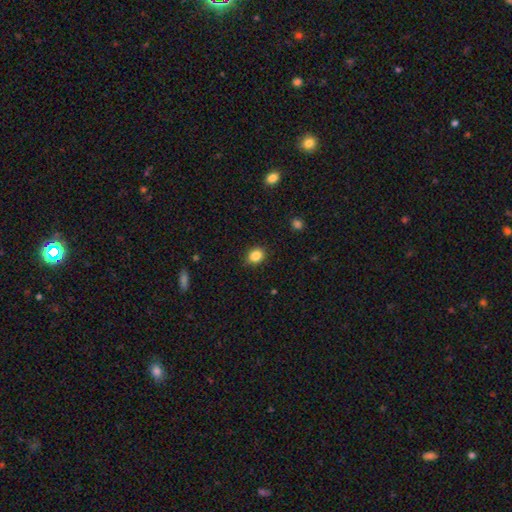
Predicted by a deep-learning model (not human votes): This appears to be a smooth galaxy with no disk features (85%) that is round (57%). Merging: none (87%).